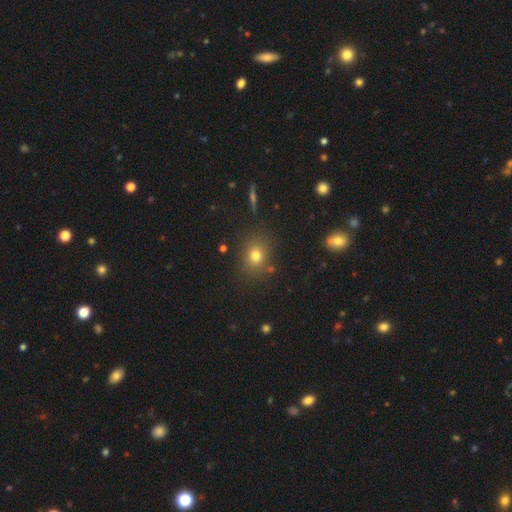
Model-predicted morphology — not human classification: This appears to be a smooth galaxy with no disk features (73%) that is round (61%). Merging: none (82%).